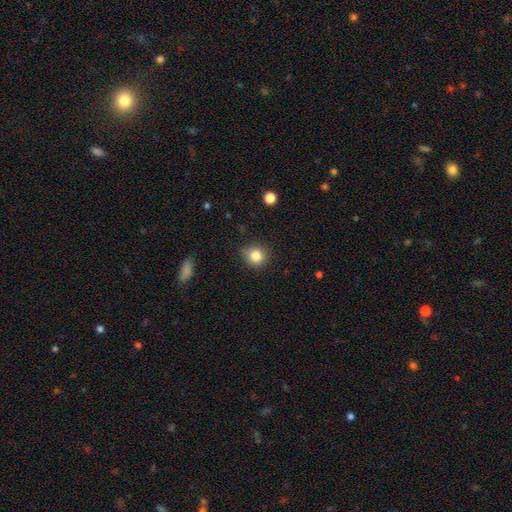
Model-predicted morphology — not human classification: Smooth or featured?
  - smooth: 83% *
  - star or artifact: 11%
  - featured or disk: 6%
How rounded?
  - round: 88% *
  - in between: 12%
  - cigar-shaped: 1%
Merging?
  - none: 81% *
  - minor disturbance: 15%
  - major disturbance: 3%
  - merger: 2%